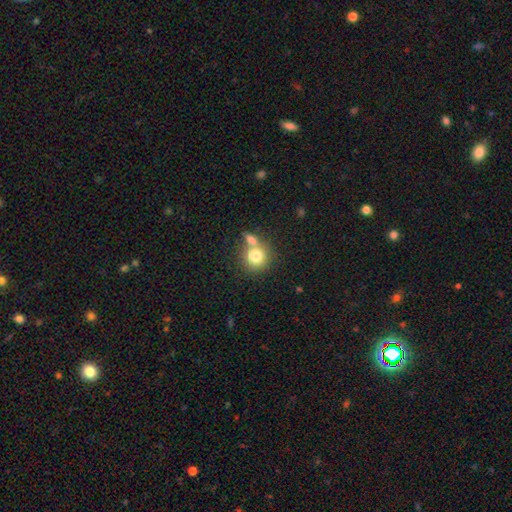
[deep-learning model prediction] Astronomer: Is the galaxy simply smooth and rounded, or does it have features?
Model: smooth — 78%.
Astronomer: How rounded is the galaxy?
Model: round — 86%.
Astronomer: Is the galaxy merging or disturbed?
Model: none — 49% (runner-up: merger, 38%).